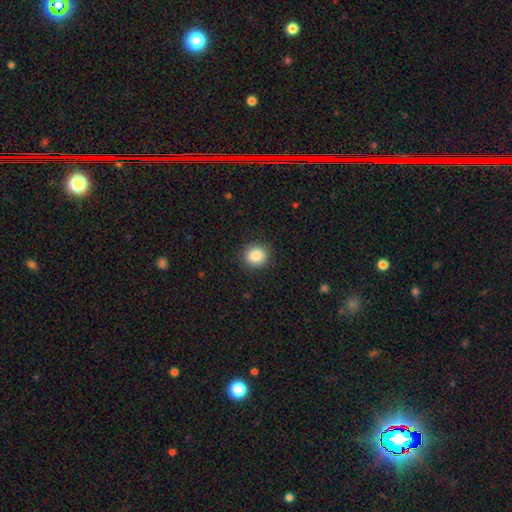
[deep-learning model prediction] This is clearly a smooth galaxy (87%). How rounded: clearly round (86%). Merging: clearly none (90%).